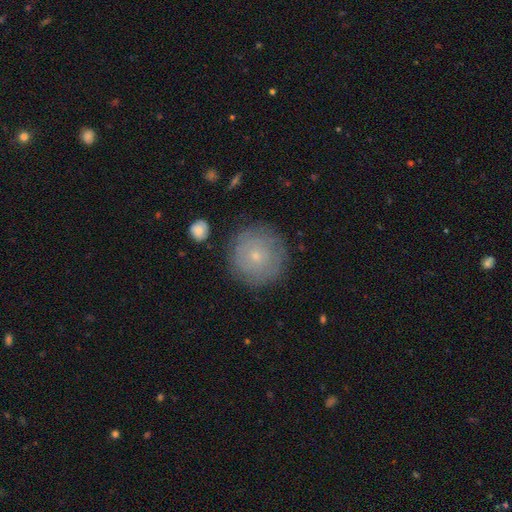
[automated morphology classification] Overall: smooth (54%; featured or disk 36%). How rounded: round (94%). Merging: none (83%).